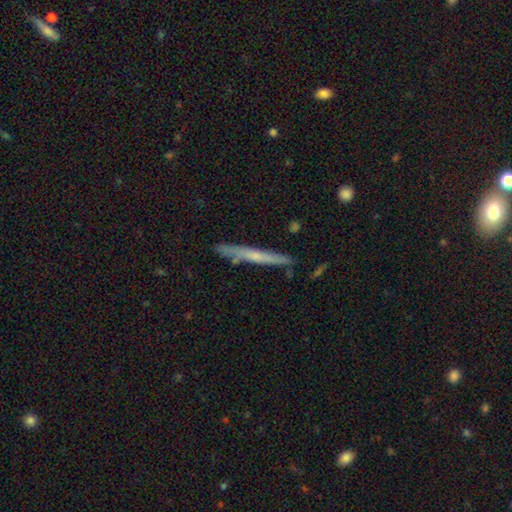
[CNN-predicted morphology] A featured or disk galaxy (49%). Merging: none (84%).